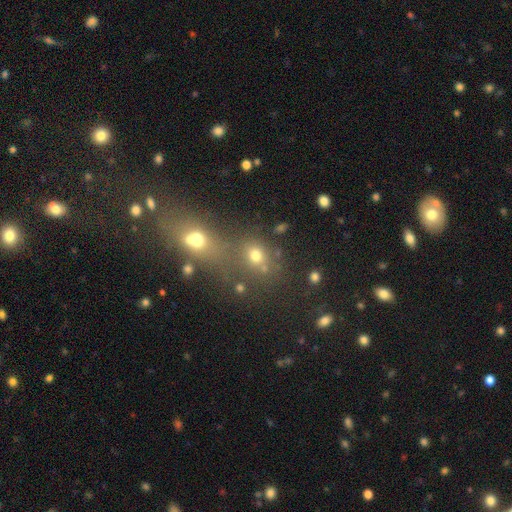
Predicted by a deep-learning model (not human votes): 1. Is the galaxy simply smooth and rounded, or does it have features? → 65% smooth, 22% star or artifact, 13% featured or disk.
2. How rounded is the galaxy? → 67% round, 31% in between, 2% cigar-shaped.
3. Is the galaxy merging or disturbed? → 44% none, 41% merger, 9% minor disturbance, 6% major disturbance.